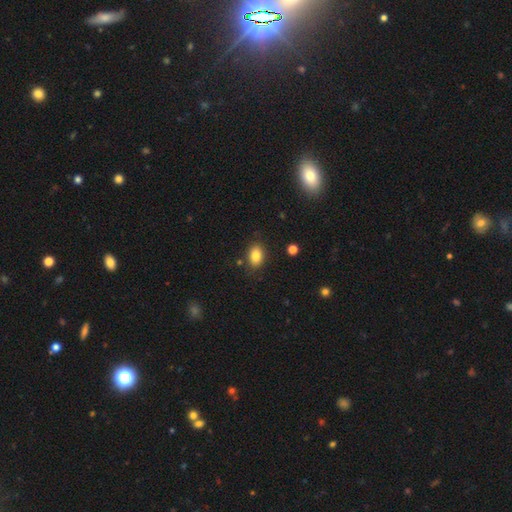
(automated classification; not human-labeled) Q: Smooth or featured?
A: smooth (85%); runner-up: star or artifact (9%)
Q: How rounded?
A: in between (81%); runner-up: round (18%)
Q: Merging?
A: none (84%); runner-up: minor disturbance (11%)